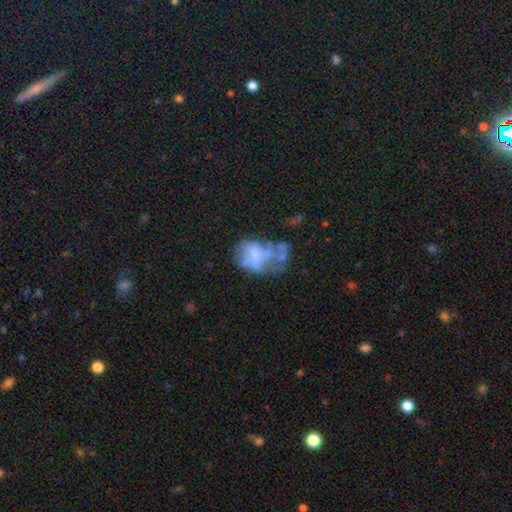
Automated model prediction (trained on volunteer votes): smooth_or_featured: featured or disk (p=0.47) [alt: smooth p=0.41]
merging: major disturbance (p=0.37) [alt: none p=0.22]